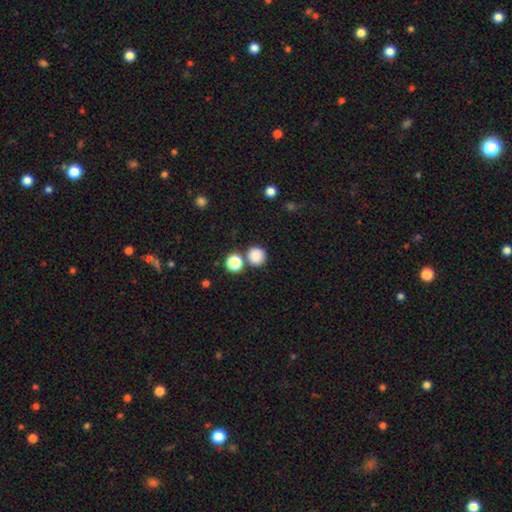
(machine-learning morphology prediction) This is clearly a smooth galaxy (84%). How rounded: clearly round (91%). Merging: likely none (75%).